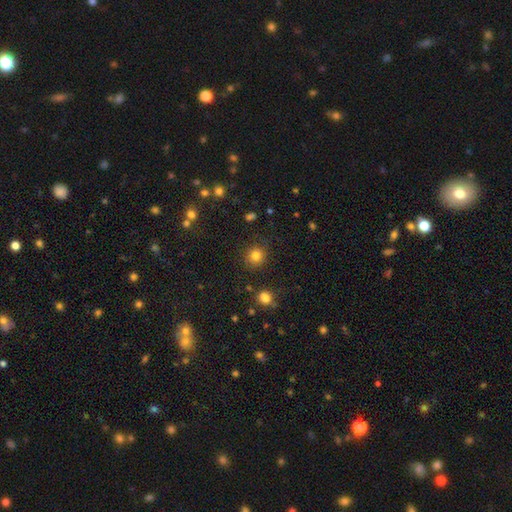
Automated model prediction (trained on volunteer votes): Smooth or featured? smooth (81%)
How rounded? round (88%)
Merging? none (87%)